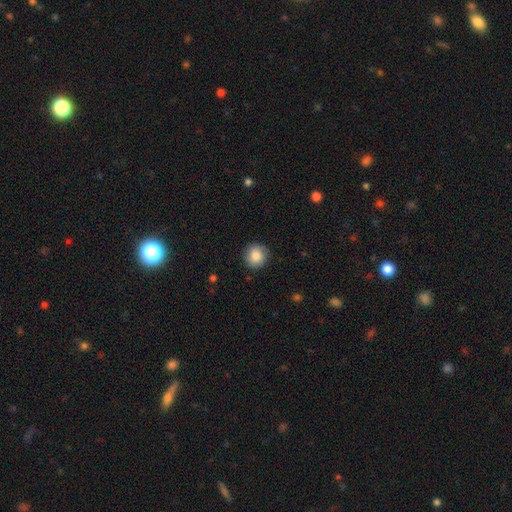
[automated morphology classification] smooth_or_featured: smooth (p=0.84) [alt: star or artifact p=0.08]
how_rounded: round (p=0.92) [alt: in between p=0.07]
merging: none (p=0.85) [alt: minor disturbance p=0.11]